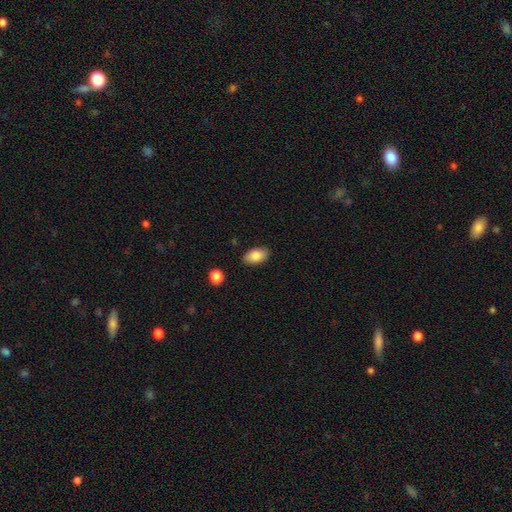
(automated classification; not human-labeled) Smooth or featured? Predicted: smooth (p=0.84). How rounded? Predicted: in between (p=0.92). Merging? Predicted: none (p=0.85).